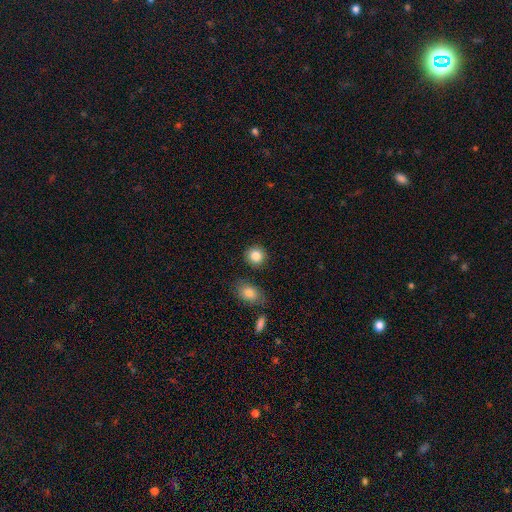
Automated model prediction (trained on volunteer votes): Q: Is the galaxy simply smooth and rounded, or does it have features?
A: smooth — 86%.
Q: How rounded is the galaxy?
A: round — 84%.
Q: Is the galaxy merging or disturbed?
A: none — 85%.